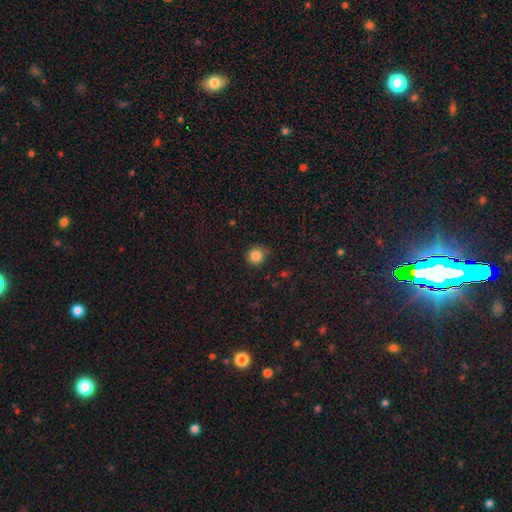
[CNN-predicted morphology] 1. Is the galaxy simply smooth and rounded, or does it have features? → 85% smooth, 11% star or artifact, 4% featured or disk.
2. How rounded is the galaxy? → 93% round, 6% in between, 1% cigar-shaped.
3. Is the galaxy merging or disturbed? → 83% none, 13% minor disturbance, 3% major disturbance, 1% merger.